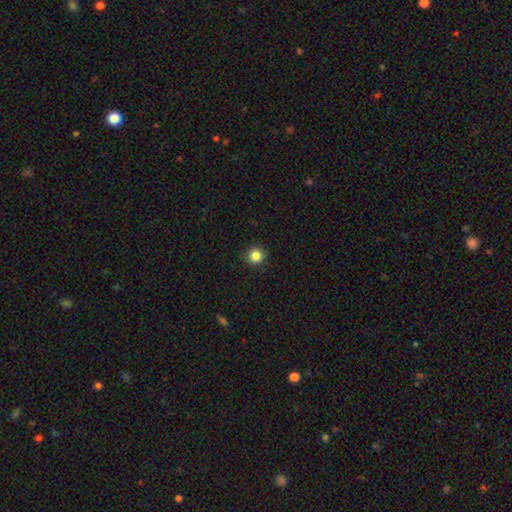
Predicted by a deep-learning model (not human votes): This appears to be a smooth galaxy with no disk features (85%) that is round (93%). Merging: none (92%).